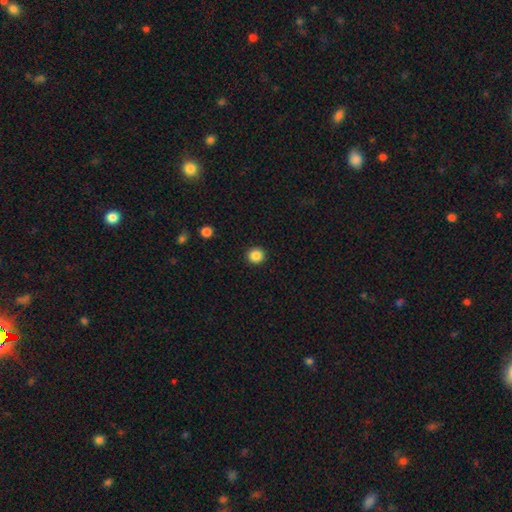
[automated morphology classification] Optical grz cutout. It shows a smooth galaxy with no disk features (86%) that is round (92%). Merging: none (93%).